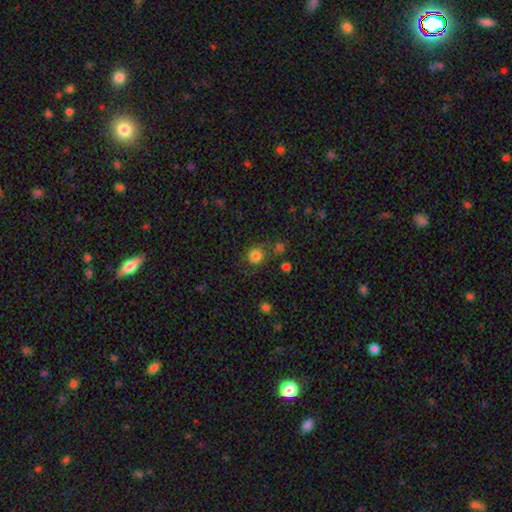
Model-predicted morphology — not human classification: type=smooth (81%); roundness=round (88%); merging=none (73%).